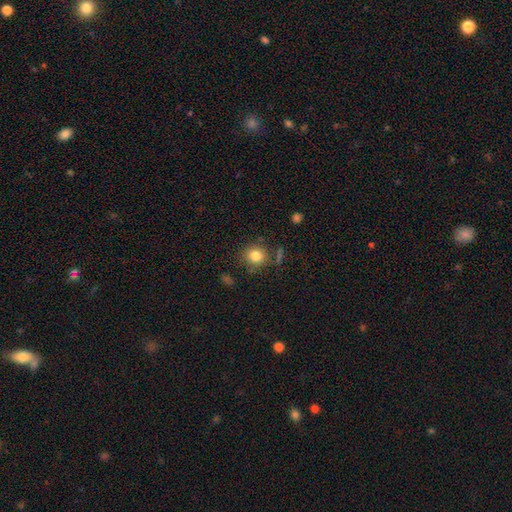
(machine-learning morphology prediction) The model was most divided on "merging": none: 80%, minor disturbance: 12%, merger: 4%, major disturbance: 4%. More confident: how rounded — round (86%); smooth or featured — smooth (81%).